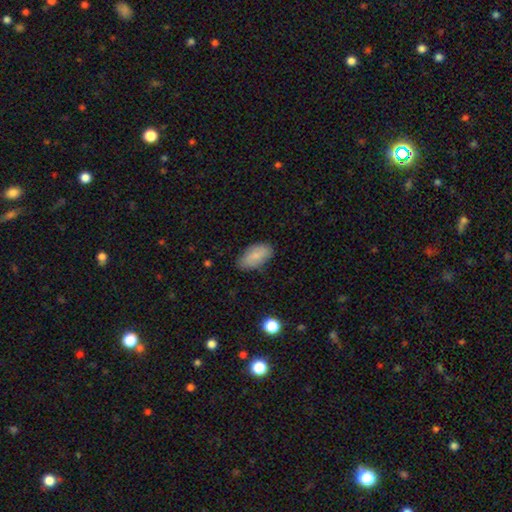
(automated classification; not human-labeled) Morphology: type=smooth (81%); roundness=in between (93%); merging=none (77%).